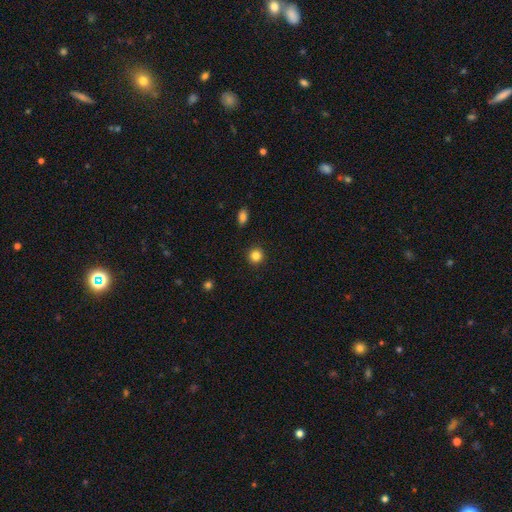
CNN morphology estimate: A smooth galaxy with no disk features (84%) that is round (93%).

Vote fractions:
- Smooth or featured? smooth: 84% / star or artifact: 11% / featured or disk: 5%
- How rounded? round: 93% / in between: 6% / cigar-shaped: 1%
- Merging? none: 92% / minor disturbance: 5% / major disturbance: 2% / merger: 1%